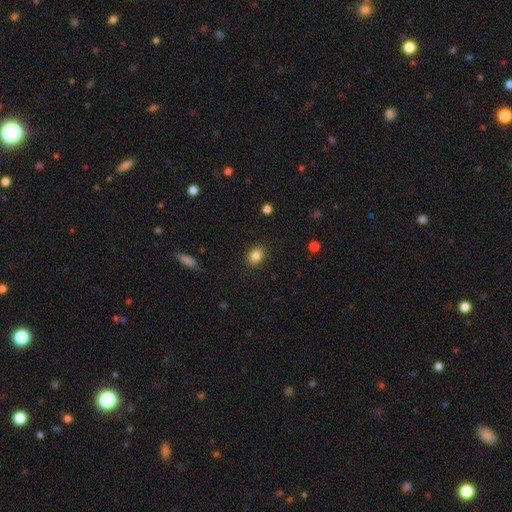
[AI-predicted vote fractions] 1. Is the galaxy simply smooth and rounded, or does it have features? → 85% smooth, 10% star or artifact, 6% featured or disk.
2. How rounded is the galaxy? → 62% in between, 37% round, 1% cigar-shaped.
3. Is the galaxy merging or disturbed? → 86% none, 10% minor disturbance, 3% major disturbance, 1% merger.